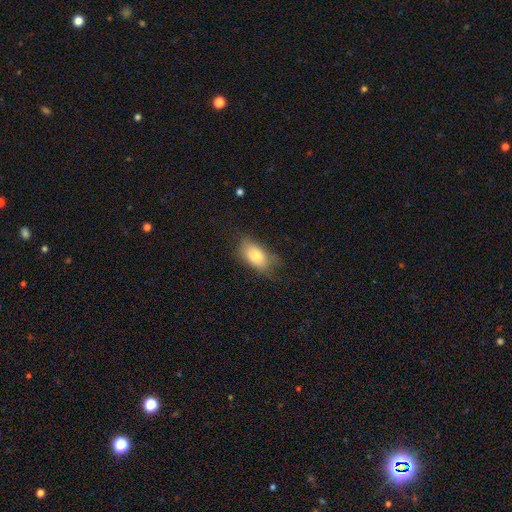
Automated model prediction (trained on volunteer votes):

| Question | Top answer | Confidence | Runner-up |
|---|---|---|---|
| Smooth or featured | smooth | 79% | featured or disk (13%) |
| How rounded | in between | 91% | round (6%) |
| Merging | none | 66% | minor disturbance (25%) |